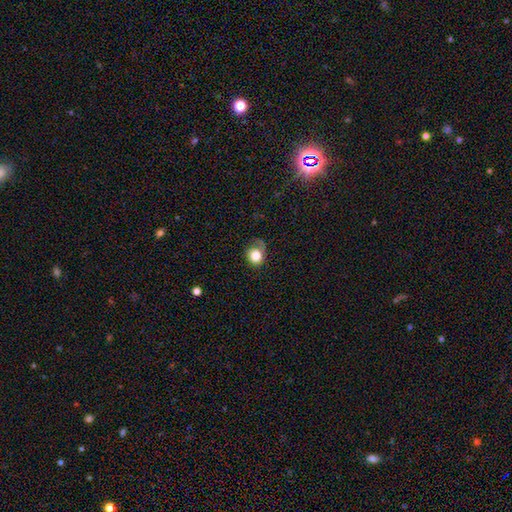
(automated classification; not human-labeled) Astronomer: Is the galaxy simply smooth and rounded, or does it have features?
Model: smooth — 77%.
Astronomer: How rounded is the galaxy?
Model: round — 74%.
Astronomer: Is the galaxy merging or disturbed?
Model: none — 49% (runner-up: minor disturbance, 28%).